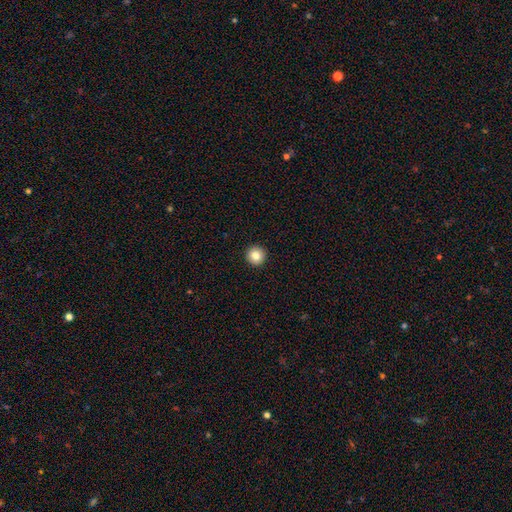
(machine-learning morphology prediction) type=smooth (83%); roundness=round (96%); merging=none (94%).